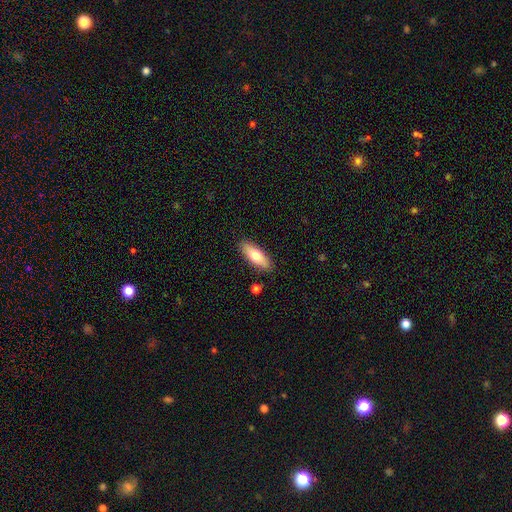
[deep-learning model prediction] smooth 68%, featured or disk 26%, star or artifact 6%. Down the decision tree: how rounded — in between (64%); merging — none (87%).